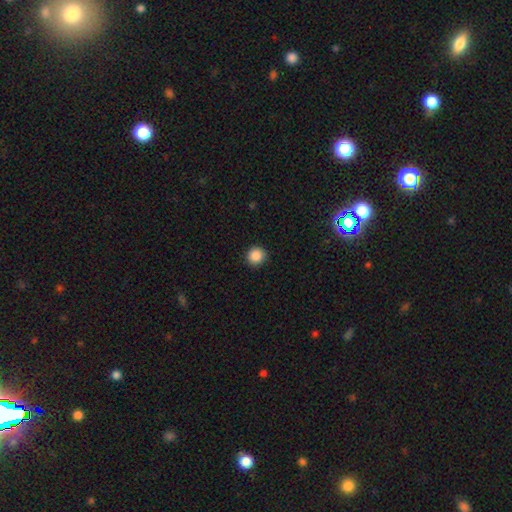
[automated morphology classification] Q: Smooth or featured?
A: smooth (88%); runner-up: star or artifact (10%)
Q: How rounded?
A: round (94%); runner-up: in between (5%)
Q: Merging?
A: none (91%); runner-up: minor disturbance (6%)